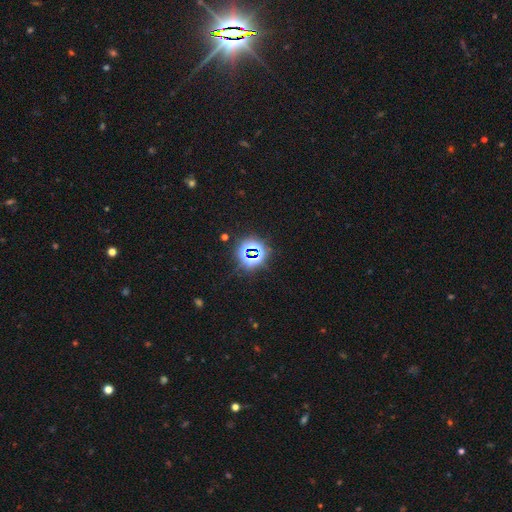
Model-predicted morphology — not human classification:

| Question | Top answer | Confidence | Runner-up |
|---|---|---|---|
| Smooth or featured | star or artifact | 77% | smooth (15%) |